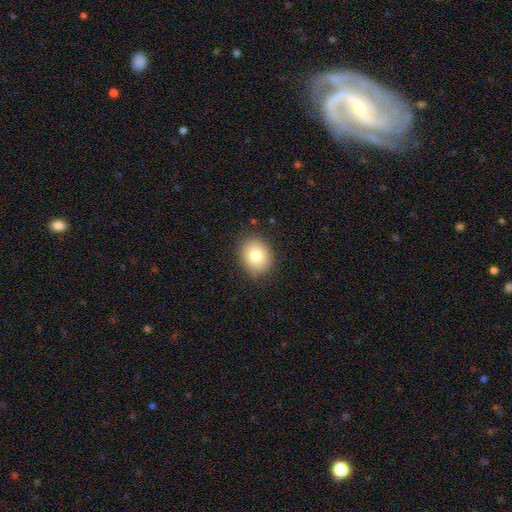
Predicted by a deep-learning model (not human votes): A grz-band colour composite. It shows a smooth galaxy with no disk features (80%) that is round (52%). Merging: none (85%).